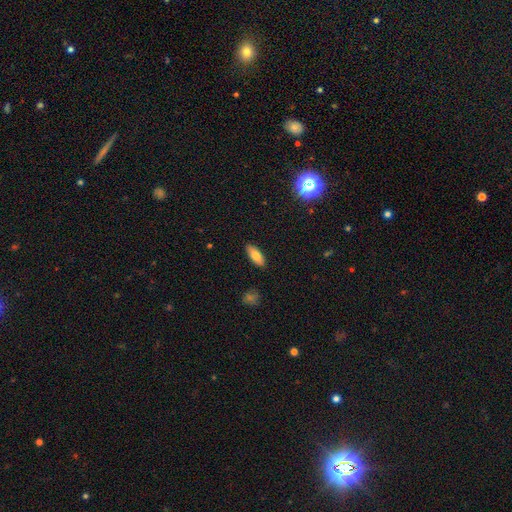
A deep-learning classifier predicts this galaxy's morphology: Smooth or featured? Predicted: smooth (p=0.79). How rounded? Predicted: in between (p=0.78). Merging? Predicted: none (p=0.89).